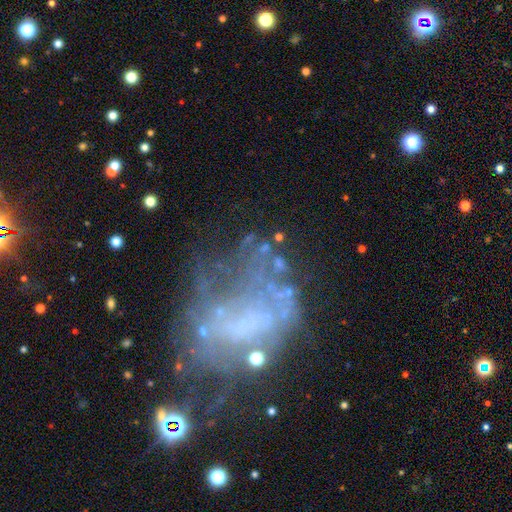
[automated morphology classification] Overall: featured or disk (60%). Edge-on disk: no (98%). Bar: no (85%). Spiral arms: no (80%). Bulge size: none (76%). Merging: none (36%; major disturbance 35%).